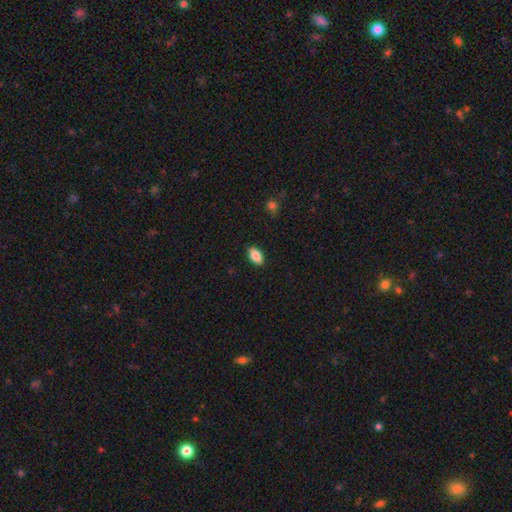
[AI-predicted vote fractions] Smooth or featured?
  - smooth: 87% *
  - star or artifact: 7%
  - featured or disk: 6%
How rounded?
  - in between: 92% *
  - round: 4%
  - cigar-shaped: 4%
Merging?
  - none: 89% *
  - minor disturbance: 8%
  - major disturbance: 2%
  - merger: 1%